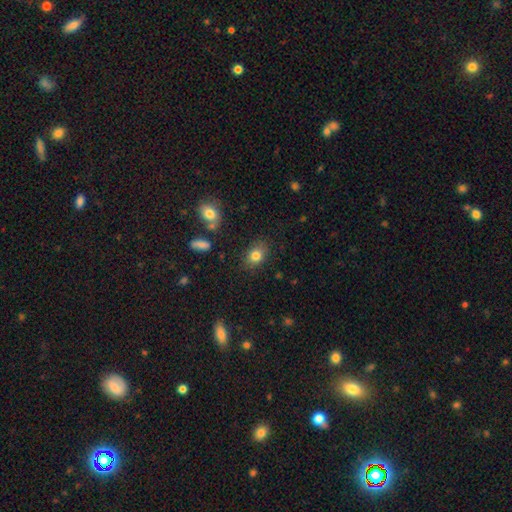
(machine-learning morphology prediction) smooth 81%, star or artifact 10%, featured or disk 9%. Down the decision tree: how rounded — in between (70%); merging — none (81%).